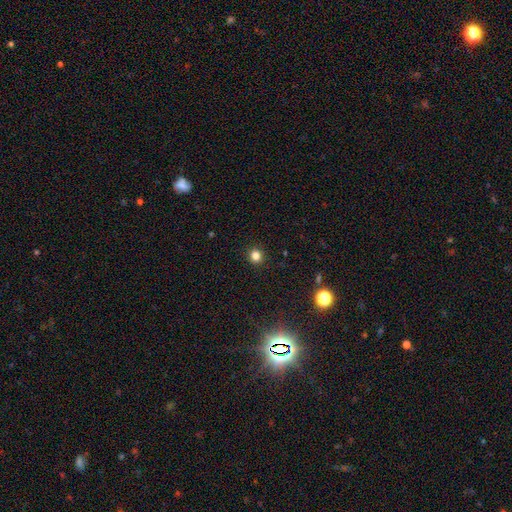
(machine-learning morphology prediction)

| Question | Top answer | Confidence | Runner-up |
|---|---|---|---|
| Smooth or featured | smooth | 81% | star or artifact (15%) |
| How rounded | round | 93% | in between (6%) |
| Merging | none | 92% | minor disturbance (5%) |